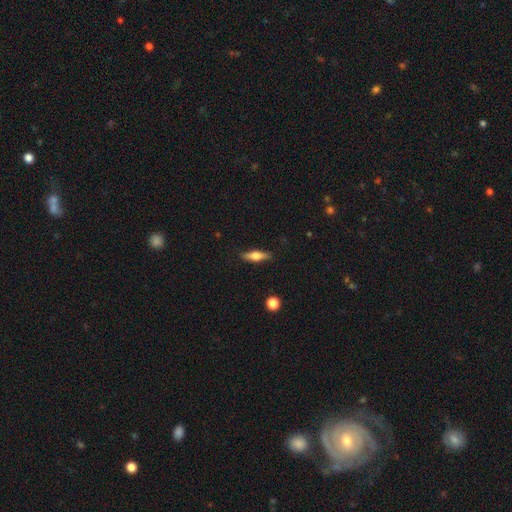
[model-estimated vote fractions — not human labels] Smooth or featured?
  - smooth: 51% *
  - featured or disk: 43%
  - star or artifact: 7%
How rounded?
  - cigar-shaped: 58% *
  - in between: 39%
  - round: 3%
Merging?
  - none: 87% *
  - minor disturbance: 10%
  - major disturbance: 2%
  - merger: 1%